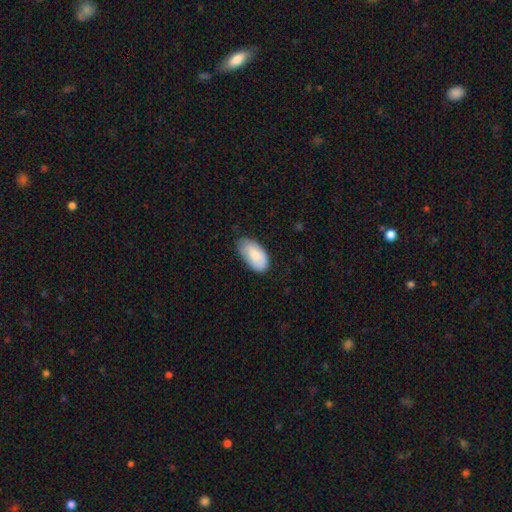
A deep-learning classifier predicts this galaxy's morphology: type=smooth (82%); roundness=in between (95%); merging=none (66%).